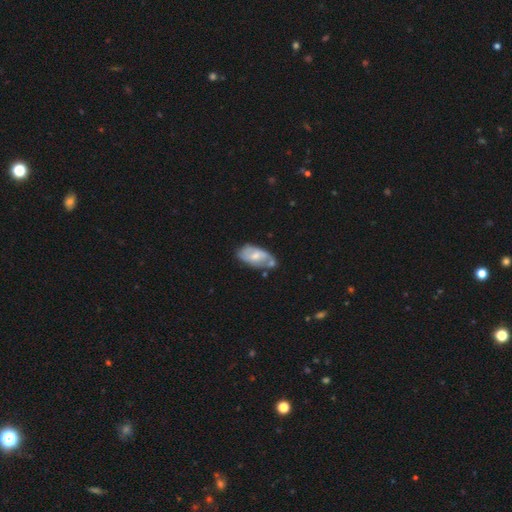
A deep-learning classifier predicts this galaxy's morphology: type=featured or disk (50%); edge-on=no (92%); merging=none (44%).